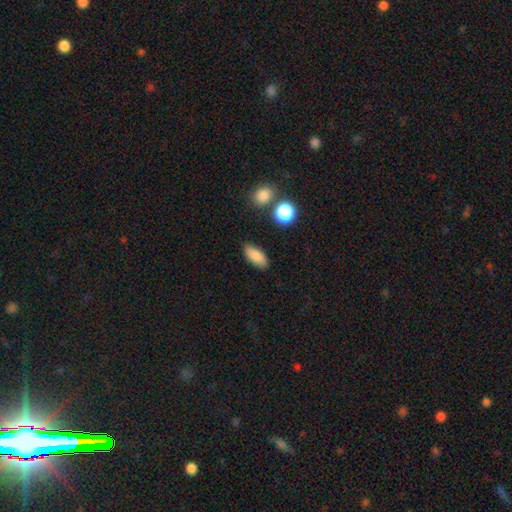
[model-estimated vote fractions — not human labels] Smooth or featured: smooth — 85% (star or artifact — 9%)
How rounded: in between — 81% (cigar-shaped — 14%)
Merging: none — 85% (minor disturbance — 10%)